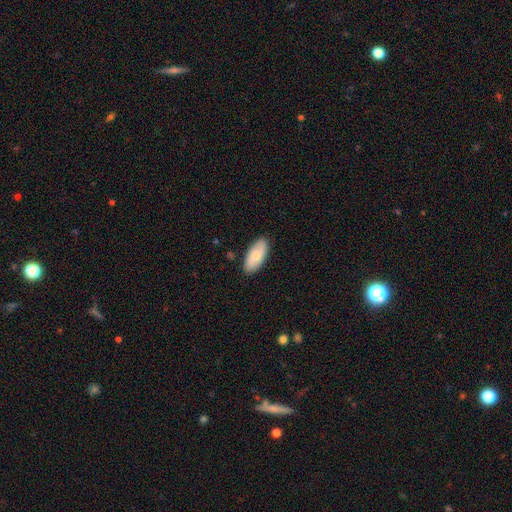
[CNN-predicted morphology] smooth_or_featured: smooth (p=0.74) [alt: featured or disk p=0.20]
how_rounded: in between (p=0.90) [alt: cigar-shaped p=0.08]
merging: none (p=0.86) [alt: minor disturbance p=0.11]